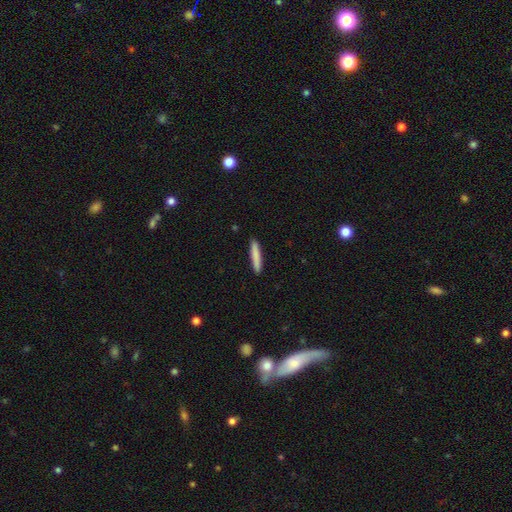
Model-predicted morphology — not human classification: This appears to be a smooth galaxy with no disk features (83%) that is cigar-shaped (93%). Merging: none (91%).